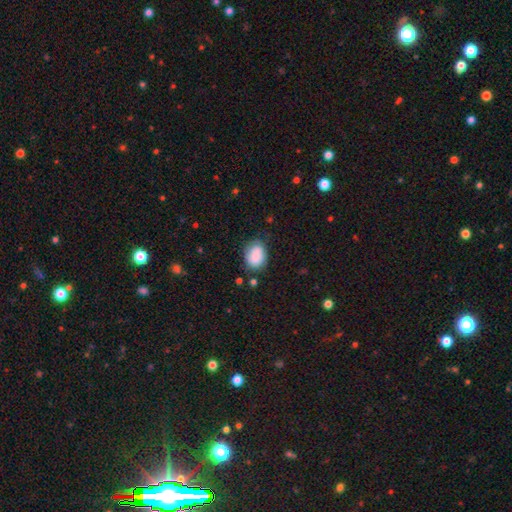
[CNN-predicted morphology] A smooth galaxy with no disk features (86%) that is in between round and cigar-shaped (70%).

Vote fractions:
- Smooth or featured? smooth: 86% / star or artifact: 7% / featured or disk: 7%
- How rounded? in between: 70% / round: 29% / cigar-shaped: 1%
- Merging? none: 68% / minor disturbance: 23% / major disturbance: 6% / merger: 3%